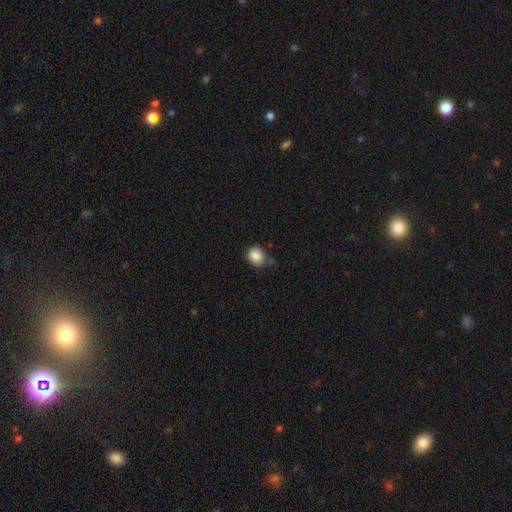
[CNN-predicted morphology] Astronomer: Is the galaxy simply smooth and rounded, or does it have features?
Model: smooth — 88%.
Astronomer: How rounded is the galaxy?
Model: round — 66%.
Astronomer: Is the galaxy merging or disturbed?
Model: none — 72%.